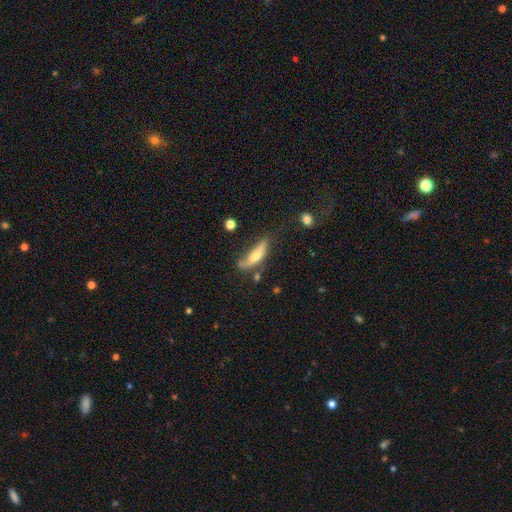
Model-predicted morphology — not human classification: smooth 54%, featured or disk 38%, star or artifact 8%. Down the decision tree: how rounded — cigar-shaped (64%); merging — none (42%).